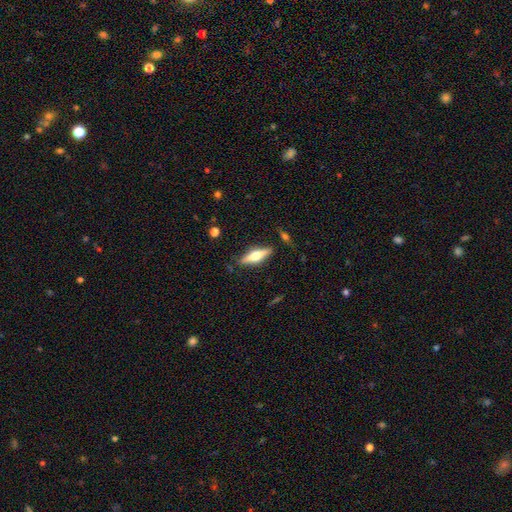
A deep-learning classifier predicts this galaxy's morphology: This appears to be a featured or disk galaxy (57%) viewed edge-on (93%) with a rounded central bulge (92%). Merging: none (83%).